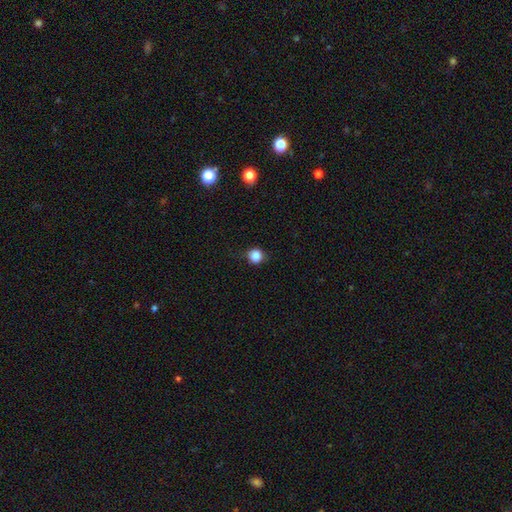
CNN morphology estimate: A smooth galaxy with no disk features (84%) that is round (89%).

Vote fractions:
- Smooth or featured? smooth: 84% / star or artifact: 11% / featured or disk: 4%
- How rounded? round: 89% / in between: 10% / cigar-shaped: 1%
- Merging? none: 82% / minor disturbance: 13% / major disturbance: 3% / merger: 1%